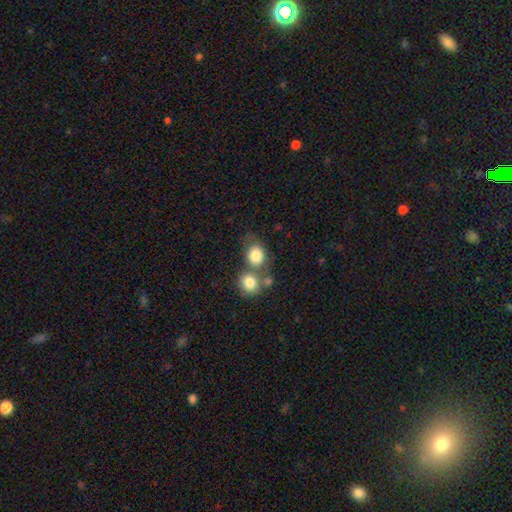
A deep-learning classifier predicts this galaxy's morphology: Q: Smooth or featured?
A: smooth (81%); runner-up: featured or disk (10%)
Q: How rounded?
A: round (66%); runner-up: in between (33%)
Q: Merging?
A: none (42%); runner-up: merger (41%)